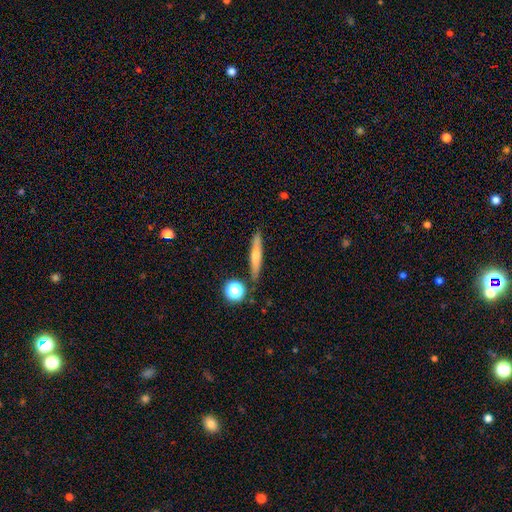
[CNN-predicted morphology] smooth_or_featured: featured or disk (p=0.52) [alt: smooth p=0.39]
disk_edge_on: yes (p=0.93) [alt: no p=0.07]
merging: none (p=0.86) [alt: minor disturbance p=0.09]